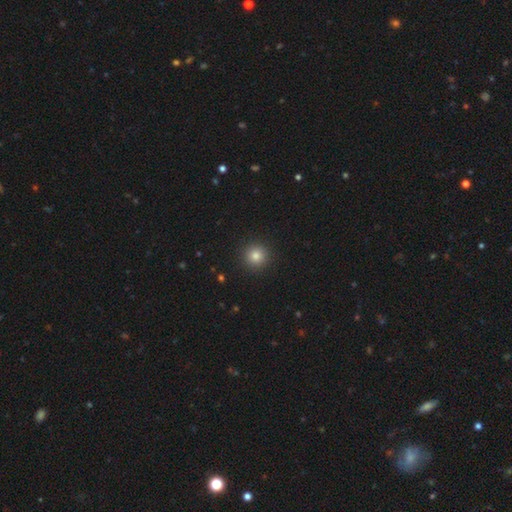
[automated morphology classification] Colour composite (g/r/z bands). It shows a smooth galaxy with no disk features (82%) that is round (95%). Merging: none (93%).